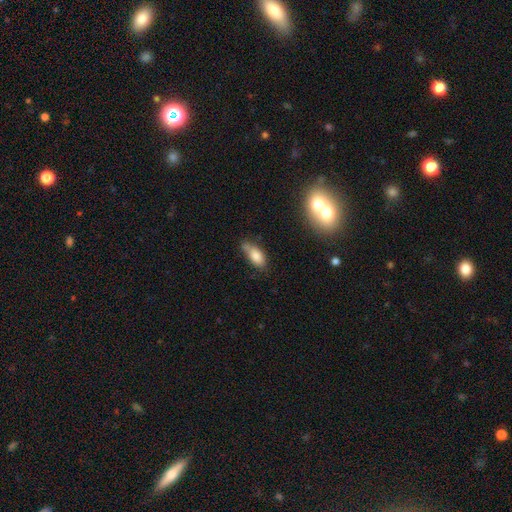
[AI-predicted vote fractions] Morphology: type=smooth (79%); roundness=in between (82%); merging=none (50%).